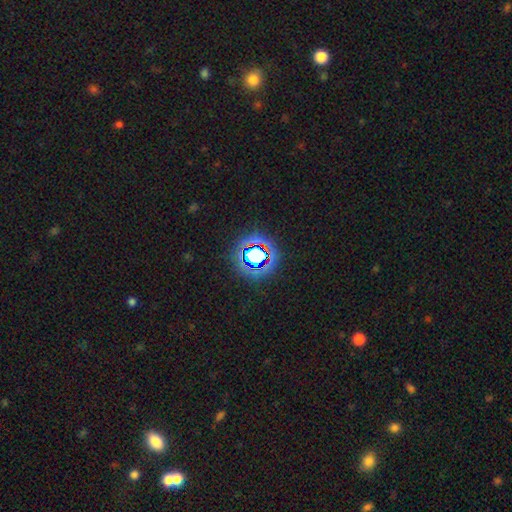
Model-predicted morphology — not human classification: Overall: star or artifact (64%; smooth 24%).